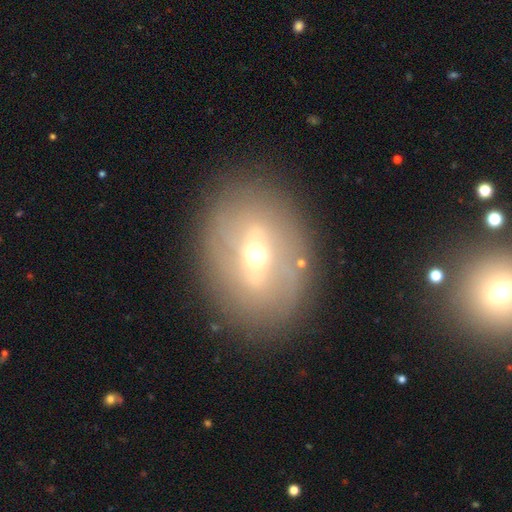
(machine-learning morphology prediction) Smooth or featured? Predicted: featured or disk (p=0.65). Edge-on disk? Predicted: no (p=0.89). Bar? Predicted: weak (p=0.42). Spiral arms? Predicted: no (p=0.52). Bulge size? Predicted: moderate (p=0.63). Merging? Predicted: none (p=0.83).